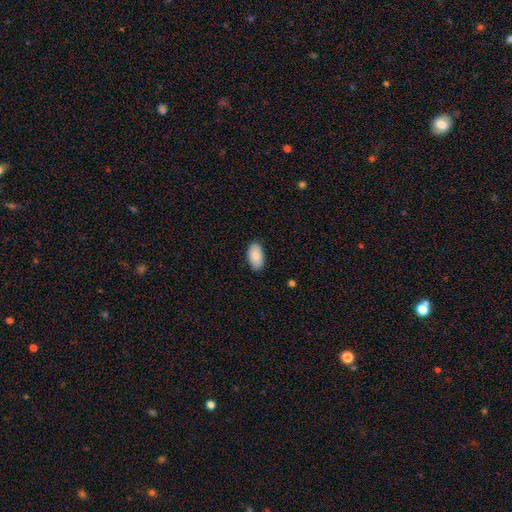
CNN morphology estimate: Smooth or featured? smooth (83%)
How rounded? in between (95%)
Merging? none (87%)